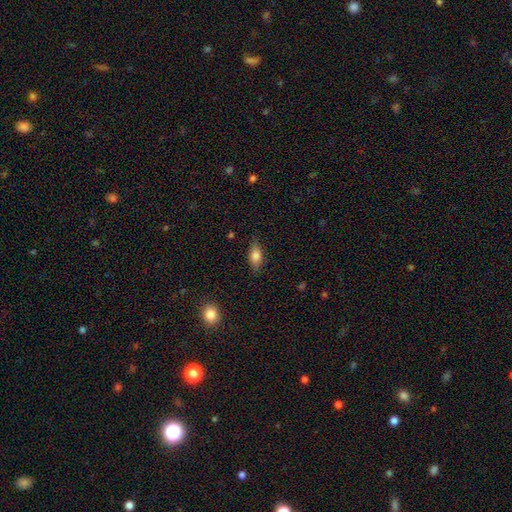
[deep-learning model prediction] A smooth galaxy with no disk features (75%) that is in between round and cigar-shaped (80%).

Vote fractions:
- Smooth or featured? smooth: 75% / featured or disk: 17% / star or artifact: 8%
- How rounded? in between: 80% / cigar-shaped: 15% / round: 5%
- Merging? none: 82% / minor disturbance: 14% / major disturbance: 3% / merger: 1%